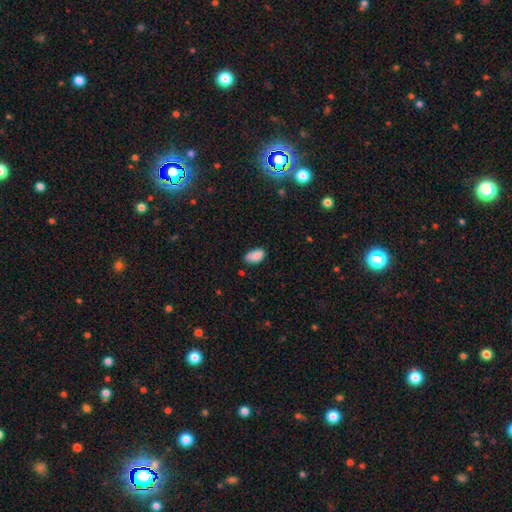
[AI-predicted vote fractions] A smooth galaxy with no disk features (86%) that is in between round and cigar-shaped (93%). Merging: none (65%).